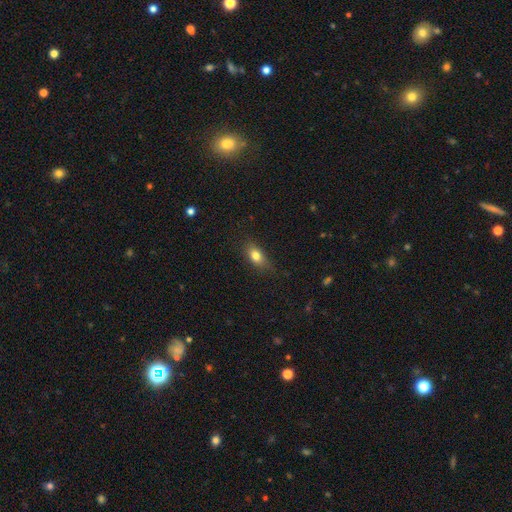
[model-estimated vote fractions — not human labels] This is likely a smooth galaxy (78%). How rounded: likely in between (77%). Merging: likely none (73%).